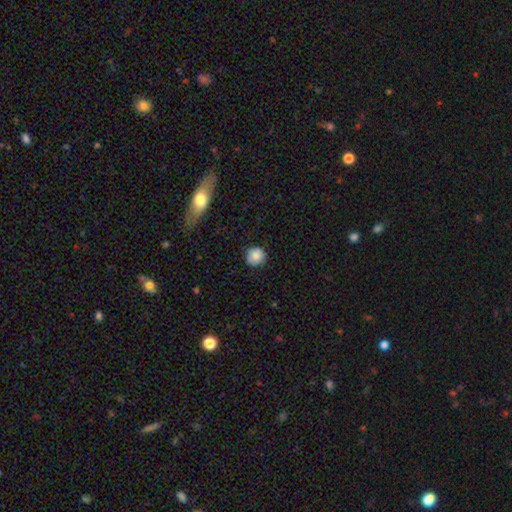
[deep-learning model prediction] Smooth or featured? smooth (83%)
How rounded? round (91%)
Merging? none (83%)